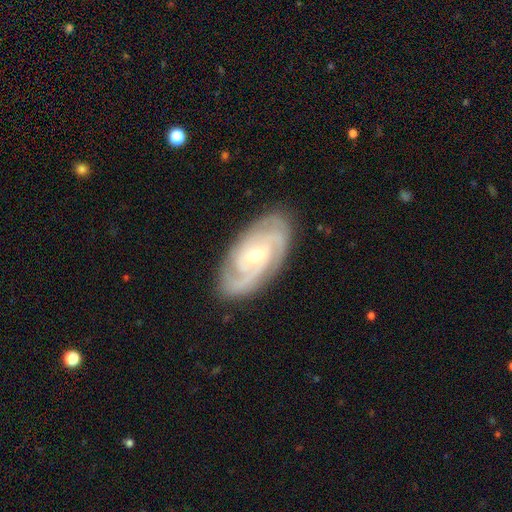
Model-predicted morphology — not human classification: A featured or disk galaxy (88%) with no bar (48%), 3 (35%) tight (62%) spiral arms (97%) and a small central bulge (53%).

Vote fractions:
- Smooth or featured? featured or disk: 88% / smooth: 7% / star or artifact: 5%
- Edge-on disk? no: 95% / yes: 5%
- Bar? no: 48% / weak: 39% / strong: 13%
- Spiral arms? yes: 97% / no: 3%
- Spiral winding? tight: 62% / medium: 33% / loose: 6%
- Spiral arm count? 3: 35% / 2: 33% / can't tell: 16% / 4: 9% / more than 4: 4% / 1: 4%
- Bulge size? small: 53% / moderate: 44% / large: 1% / none: 1% / dominant: 1%
- Merging? none: 83% / minor disturbance: 13% / major disturbance: 3% / merger: 1%